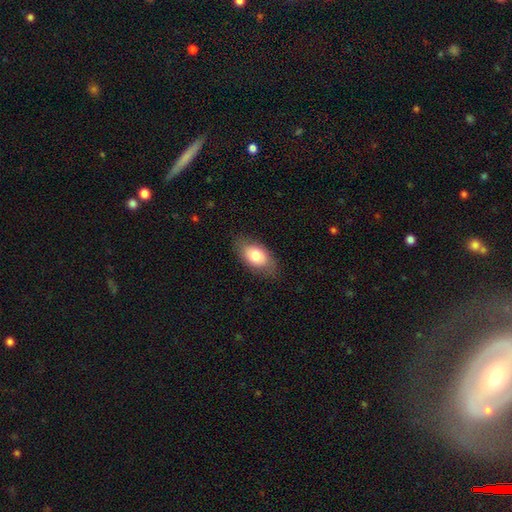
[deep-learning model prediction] The model was most divided on "smooth or featured": smooth: 76%, featured or disk: 17%, star or artifact: 7%. More confident: how rounded — in between (91%); merging — none (81%).